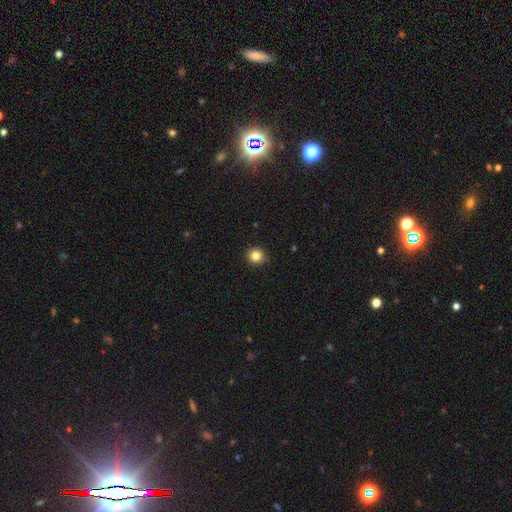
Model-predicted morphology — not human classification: This appears to be a smooth galaxy with no disk features (83%) that is round (91%). Merging: none (89%).